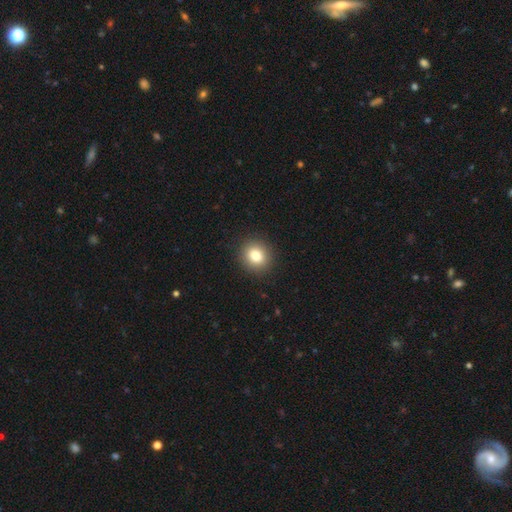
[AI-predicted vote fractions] smooth 82%, star or artifact 11%, featured or disk 8%. Down the decision tree: how rounded — round (84%); merging — none (92%).